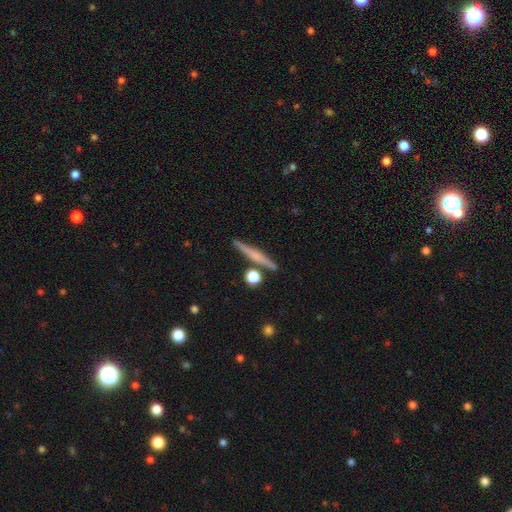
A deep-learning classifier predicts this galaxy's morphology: This is possibly a featured or disk galaxy (52%). It is clearly viewed edge-on (97%). Edge-on bulge: possibly rounded (47%). Merging: clearly none (87%).